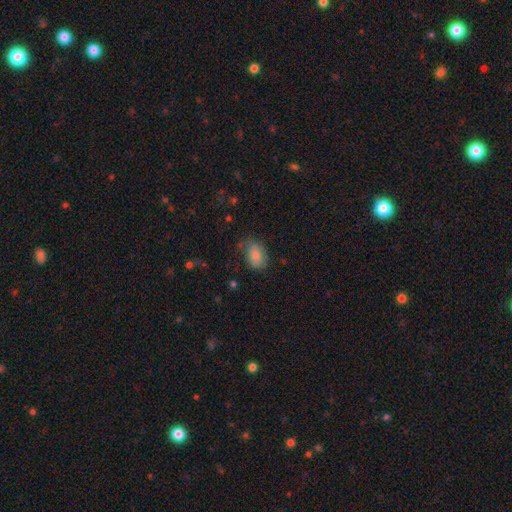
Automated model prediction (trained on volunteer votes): This appears to be a smooth galaxy with no disk features (83%) that is in between round and cigar-shaped (86%). Merging: none (63%).